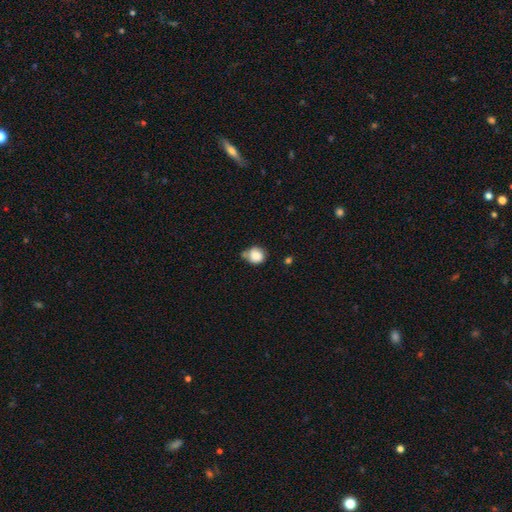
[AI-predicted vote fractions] smooth 85%, star or artifact 9%, featured or disk 7%. Down the decision tree: how rounded — round (82%); merging — none (52%).